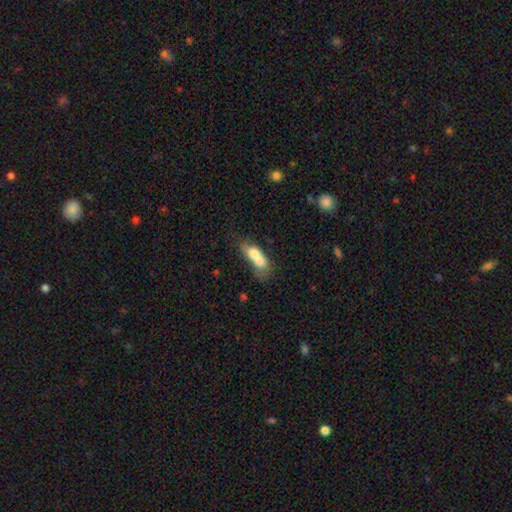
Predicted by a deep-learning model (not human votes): This appears to be a smooth galaxy with no disk features (65%) that is in between round and cigar-shaped (66%). Merging: merger (67%).